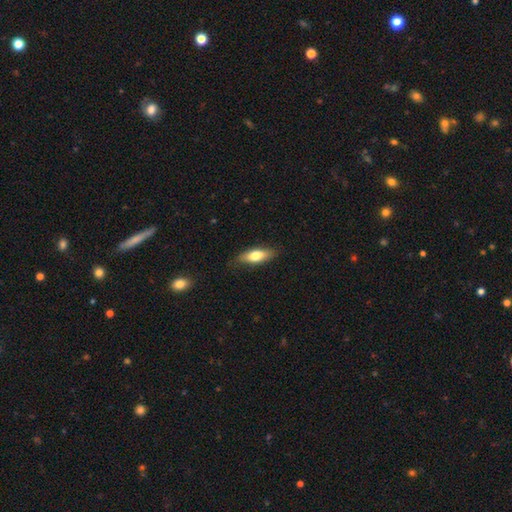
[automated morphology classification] smooth 68%, featured or disk 26%, star or artifact 6%. Down the decision tree: how rounded — in between (63%); merging — none (81%).